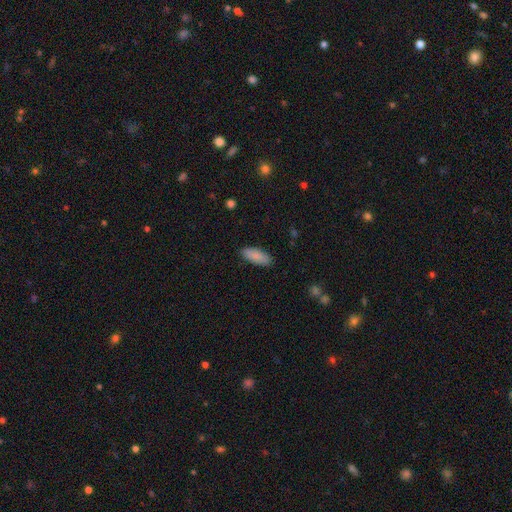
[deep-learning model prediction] A smooth galaxy with no disk features (89%) that is in between round and cigar-shaped (77%). Merging: none (88%).